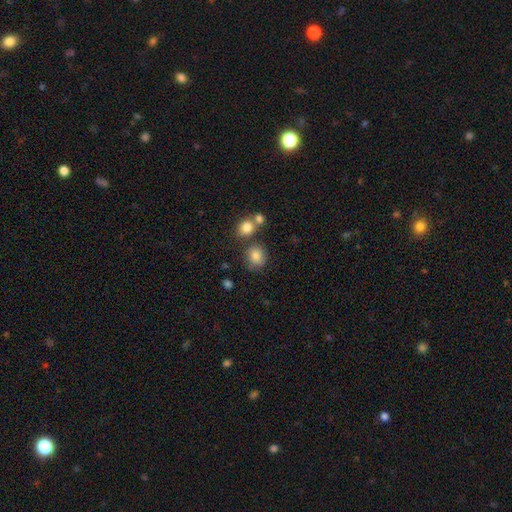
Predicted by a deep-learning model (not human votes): Smooth or featured? Predicted: smooth (p=0.83). How rounded? Predicted: round (p=0.77). Merging? Predicted: none (p=0.67).